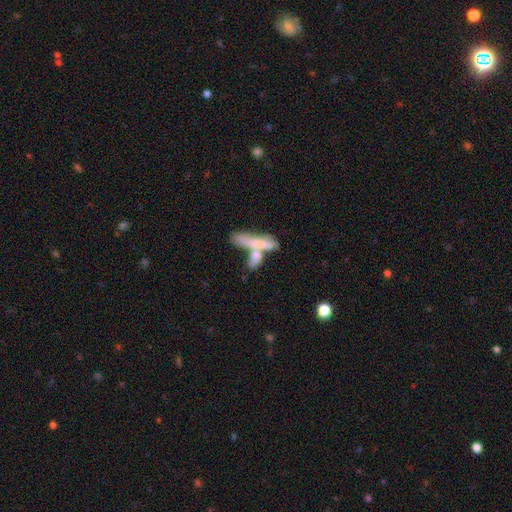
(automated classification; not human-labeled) smooth 66%, featured or disk 27%, star or artifact 7%. Down the decision tree: how rounded — cigar-shaped (60%); merging — merger (54%).